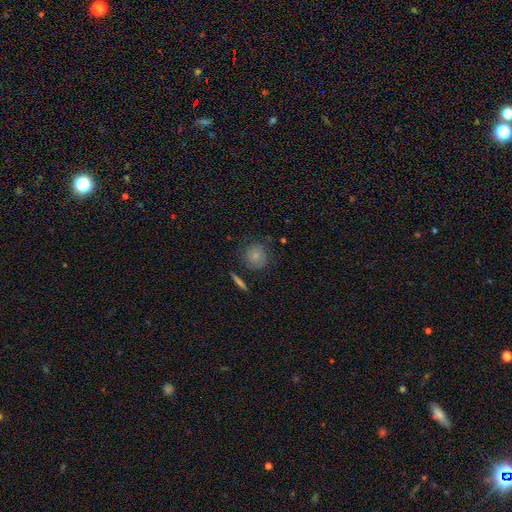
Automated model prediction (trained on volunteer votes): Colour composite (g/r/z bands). It shows a smooth galaxy with no disk features (80%) that is round (88%). Merging: none (75%).